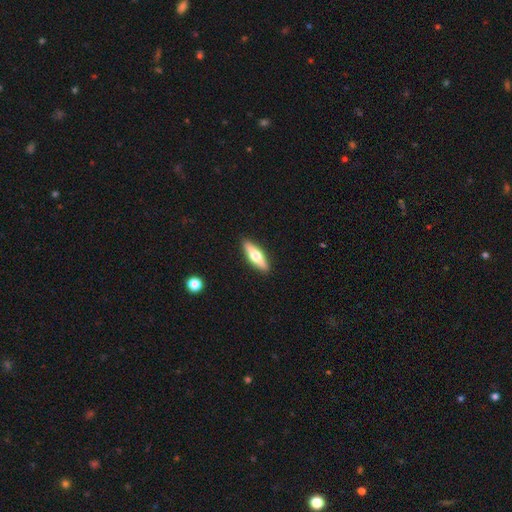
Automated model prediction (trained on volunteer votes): Smooth or featured: featured or disk — 49% (smooth — 45%)
Merging: none — 90% (minor disturbance — 7%)